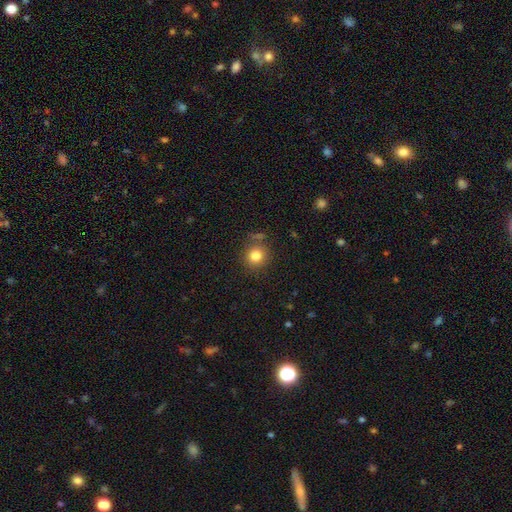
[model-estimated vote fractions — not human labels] smooth-or-featured: smooth: 82% | star or artifact: 12% | featured or disk: 7%
  how-rounded: round: 90% | in between: 9% | cigar-shaped: 1%
  merging: none: 80% | minor disturbance: 10% | merger: 6% | major disturbance: 4%